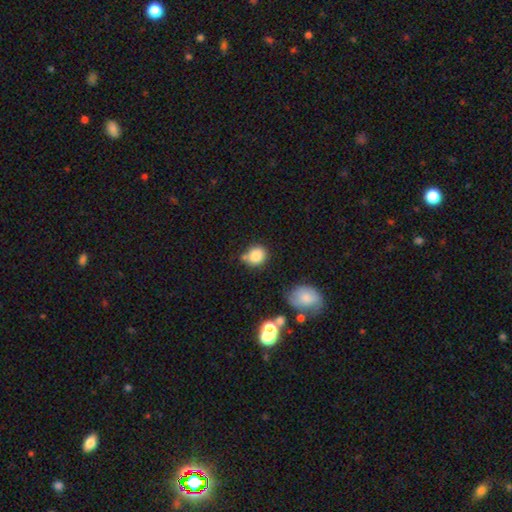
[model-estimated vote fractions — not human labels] This is clearly a smooth galaxy (84%). How rounded: likely round (75%). Merging: likely none (64%).